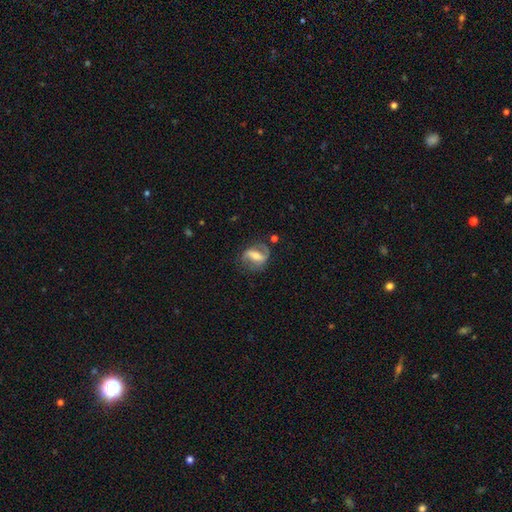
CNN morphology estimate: A featured or disk galaxy (74%) with a strong bar (58%), 2 (84%) loose (45%) spiral arms (83%) and a moderate central bulge (56%).

Vote fractions:
- Smooth or featured? featured or disk: 74% / smooth: 19% / star or artifact: 7%
- Edge-on disk? no: 93% / yes: 7%
- Bar? strong: 58% / weak: 28% / no: 13%
- Spiral arms? yes: 83% / no: 17%
- Spiral winding? loose: 45% / medium: 38% / tight: 17%
- Spiral arm count? 2: 84% / 1: 7% / can't tell: 6% / 3: 1% / 4: 1% / more than 4: 1%
- Bulge size? moderate: 56% / small: 34% / large: 5% / none: 3% / dominant: 1%
- Merging? none: 67% / minor disturbance: 19% / major disturbance: 11% / merger: 3%